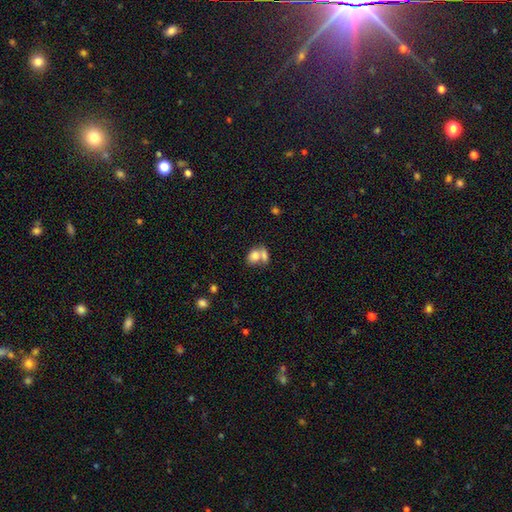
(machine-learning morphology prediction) Smooth or featured? smooth (77%)
How rounded? in between (64%)
Merging? merger (57%)